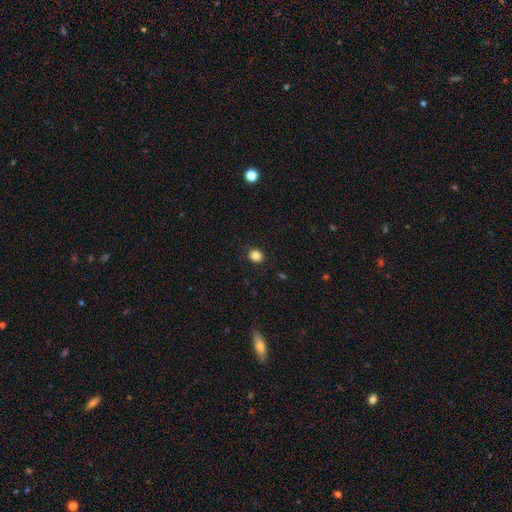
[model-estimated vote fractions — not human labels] A smooth galaxy with no disk features (84%) that is round (73%).

Vote fractions:
- Smooth or featured? smooth: 84% / star or artifact: 11% / featured or disk: 5%
- How rounded? round: 73% / in between: 26% / cigar-shaped: 1%
- Merging? none: 91% / minor disturbance: 6% / major disturbance: 2% / merger: 1%